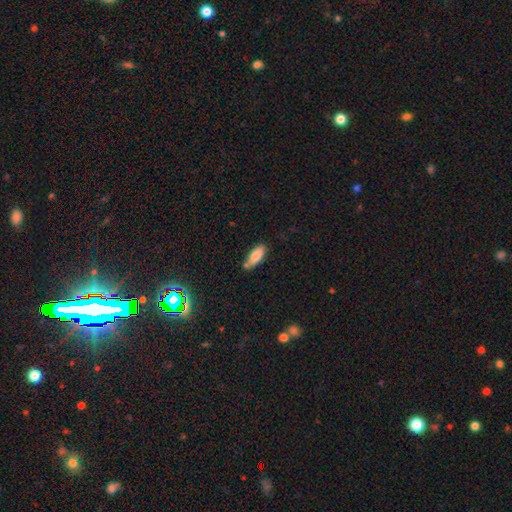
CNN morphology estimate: A smooth galaxy with no disk features (80%) that is in between round and cigar-shaped (77%). Merging: none (64%).